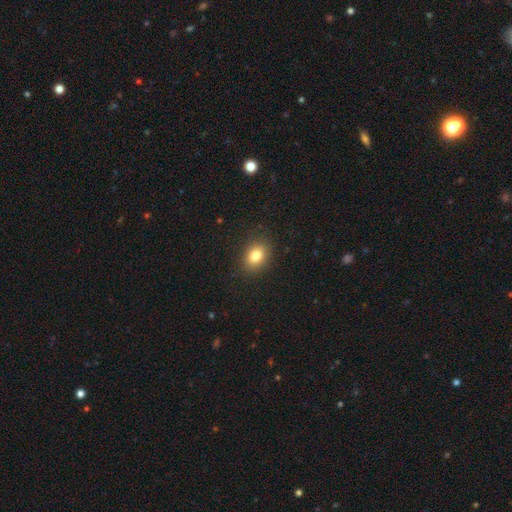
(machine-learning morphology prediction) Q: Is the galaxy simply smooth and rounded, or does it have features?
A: smooth — 82%.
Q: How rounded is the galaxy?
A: in between — 67%.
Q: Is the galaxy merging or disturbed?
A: none — 87%.